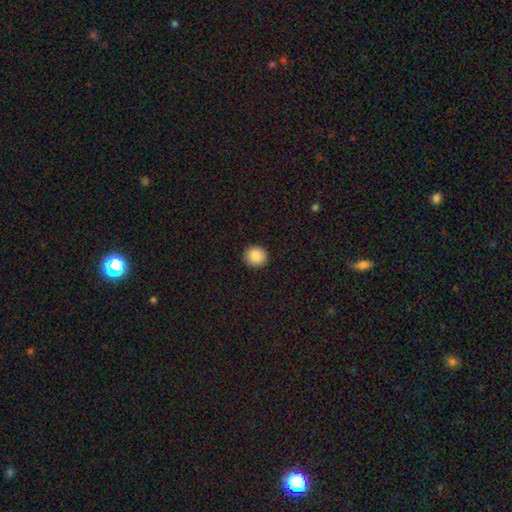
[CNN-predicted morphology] The model was most divided on "smooth or featured": smooth: 87%, star or artifact: 9%, featured or disk: 4%. More confident: merging — none (93%); how rounded — round (90%).